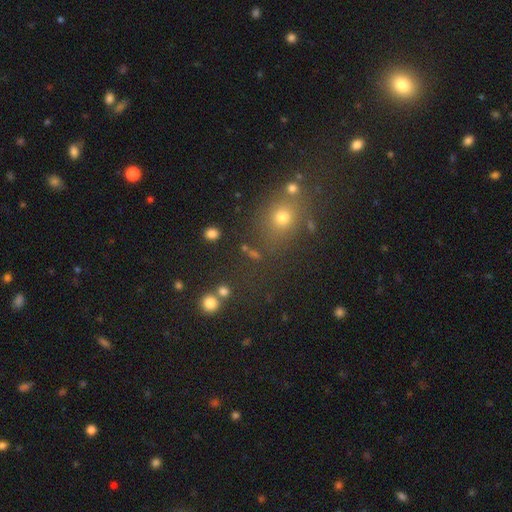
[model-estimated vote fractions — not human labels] This is possibly a smooth galaxy (55%). How rounded: likely round (68%). Merging: likely none (74%).